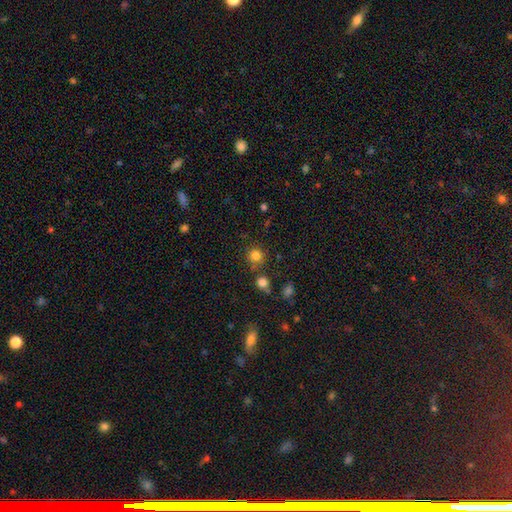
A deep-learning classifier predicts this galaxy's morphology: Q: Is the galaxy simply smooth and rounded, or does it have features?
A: smooth — 81%.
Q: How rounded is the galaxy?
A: round — 93%.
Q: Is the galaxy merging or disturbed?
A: none — 78%.